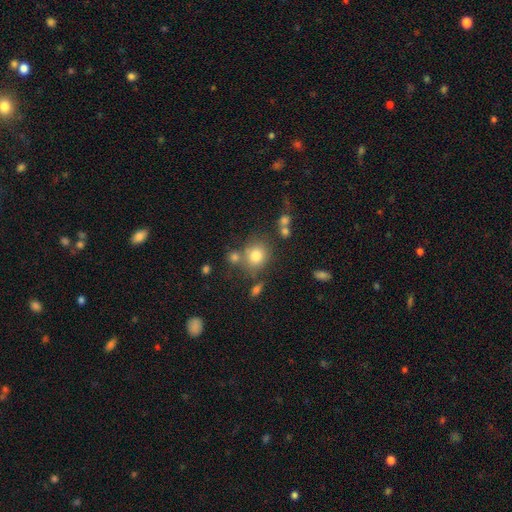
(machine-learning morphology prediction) Smooth or featured? Predicted: smooth (p=0.78). How rounded? Predicted: round (p=0.75). Merging? Predicted: none (p=0.67).